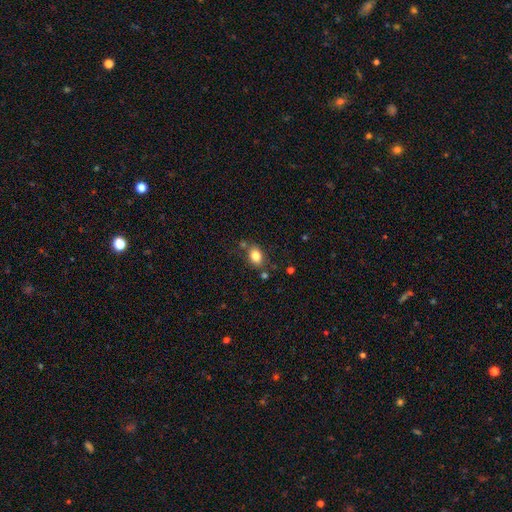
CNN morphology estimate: Smooth or featured?
  - smooth: 82% *
  - star or artifact: 10%
  - featured or disk: 8%
How rounded?
  - in between: 71% *
  - round: 28%
  - cigar-shaped: 1%
Merging?
  - none: 73% *
  - minor disturbance: 15%
  - merger: 9%
  - major disturbance: 4%